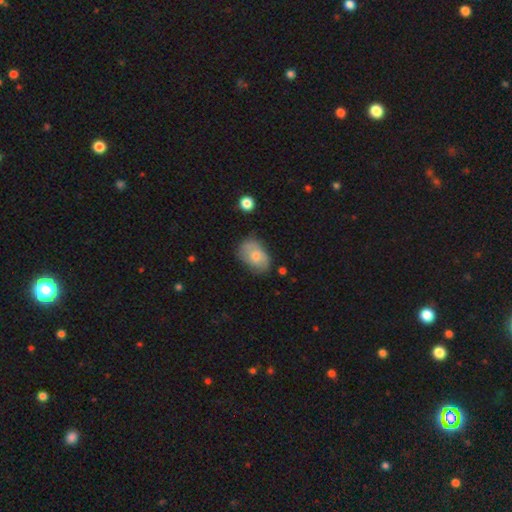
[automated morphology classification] Smooth or featured: smooth — 61% (featured or disk — 31%)
How rounded: in between — 85% (round — 14%)
Merging: none — 60% (minor disturbance — 30%)